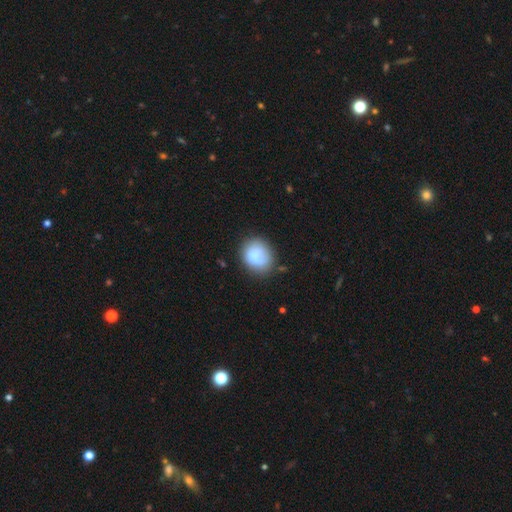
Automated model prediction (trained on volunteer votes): Smooth or featured?
  - smooth: 77% *
  - featured or disk: 16%
  - star or artifact: 7%
How rounded?
  - round: 67% *
  - in between: 32%
  - cigar-shaped: 1%
Merging?
  - none: 64% *
  - minor disturbance: 22%
  - major disturbance: 9%
  - merger: 6%